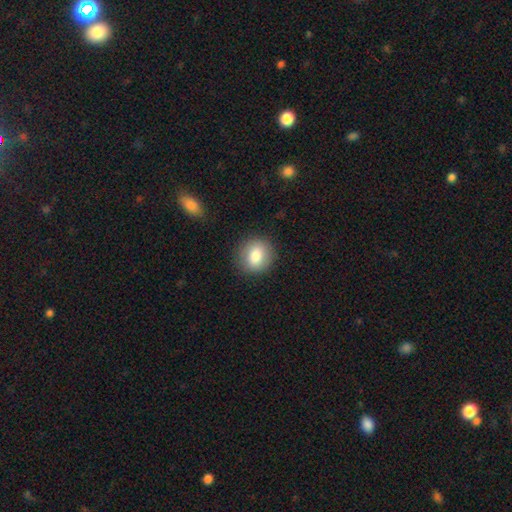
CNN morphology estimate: A smooth galaxy with no disk features (81%) that is round (79%). Merging: none (87%).